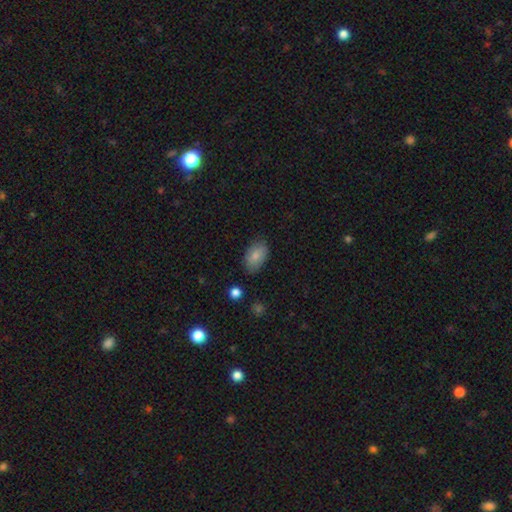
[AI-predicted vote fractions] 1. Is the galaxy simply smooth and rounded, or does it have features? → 81% smooth, 12% featured or disk, 7% star or artifact.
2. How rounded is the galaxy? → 91% in between, 7% round, 1% cigar-shaped.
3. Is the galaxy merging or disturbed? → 79% none, 16% minor disturbance, 3% major disturbance, 2% merger.